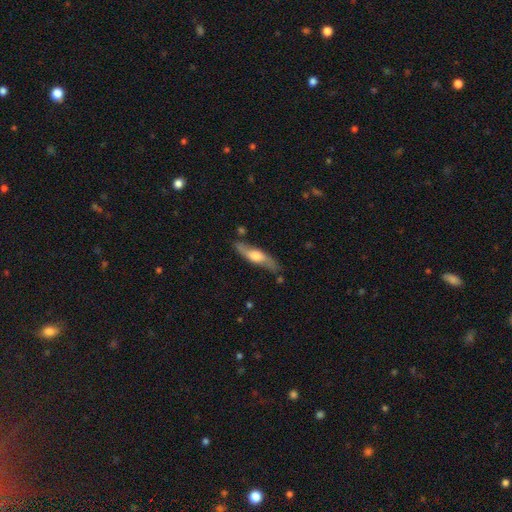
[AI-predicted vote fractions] Overall: featured or disk (55%; smooth 40%). Edge-on disk: yes (67%; no 33%). Merging: none (76%).